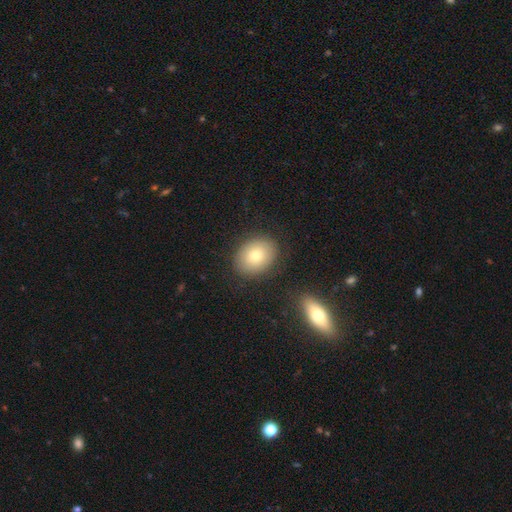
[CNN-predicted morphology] A smooth galaxy with no disk features (76%) that is in between round and cigar-shaped (54%).

Vote fractions:
- Smooth or featured? smooth: 76% / featured or disk: 15% / star or artifact: 10%
- How rounded? in between: 54% / round: 46% / cigar-shaped: 1%
- Merging? none: 86% / minor disturbance: 9% / major disturbance: 3% / merger: 2%